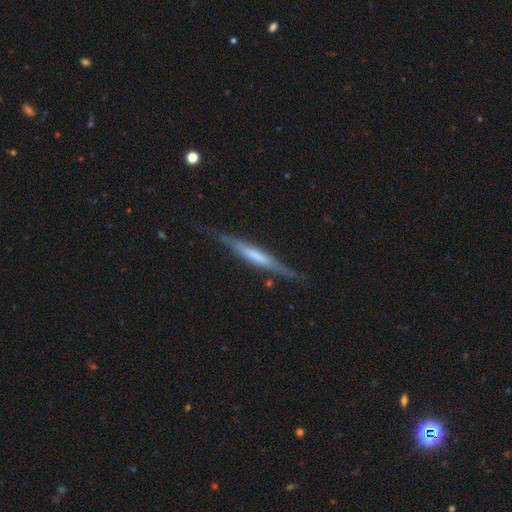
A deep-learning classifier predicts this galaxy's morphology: Smooth or featured: featured or disk — 62% (smooth — 32%)
Edge-on disk: yes — 94% (no — 6%)
Edge-on bulge: none — 45% (boxy — 34%)
Merging: none — 76% (minor disturbance — 17%)